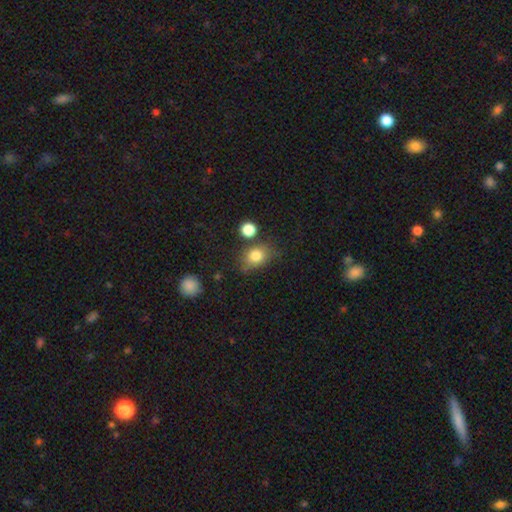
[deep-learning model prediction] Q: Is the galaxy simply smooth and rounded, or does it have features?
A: smooth — 81%.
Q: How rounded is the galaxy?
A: in between — 58%.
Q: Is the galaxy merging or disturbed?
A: none — 66%.